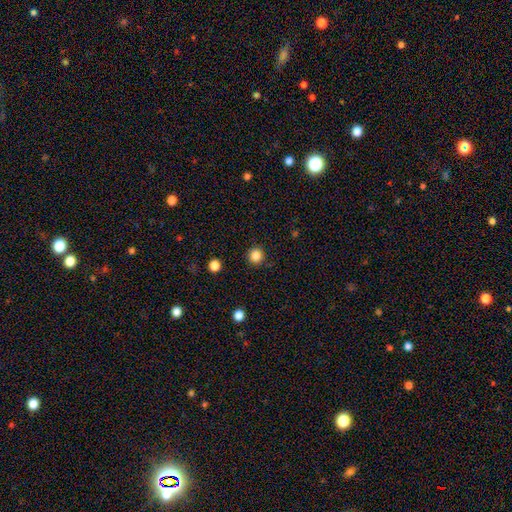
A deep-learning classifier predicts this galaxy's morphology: type=smooth (85%); roundness=round (94%); merging=none (91%).